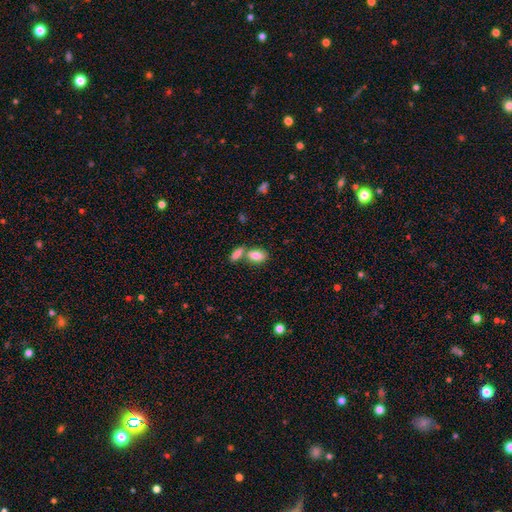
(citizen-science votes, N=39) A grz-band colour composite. It shows a smooth galaxy with no disk features (95%) that is in between round and cigar-shaped (86%). Merging: none (46%).